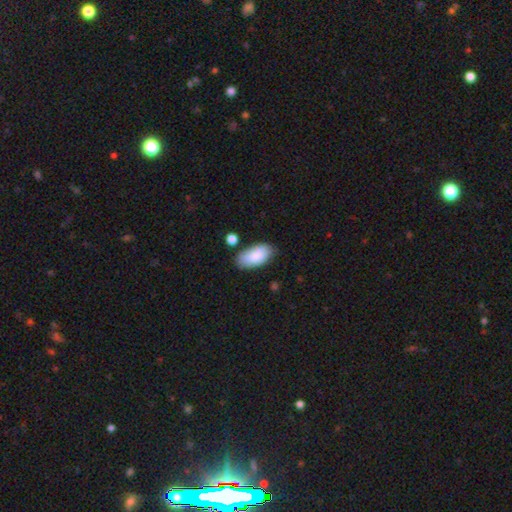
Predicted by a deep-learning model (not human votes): This is clearly a smooth galaxy (85%). How rounded: clearly in between (95%). Merging: likely none (73%).